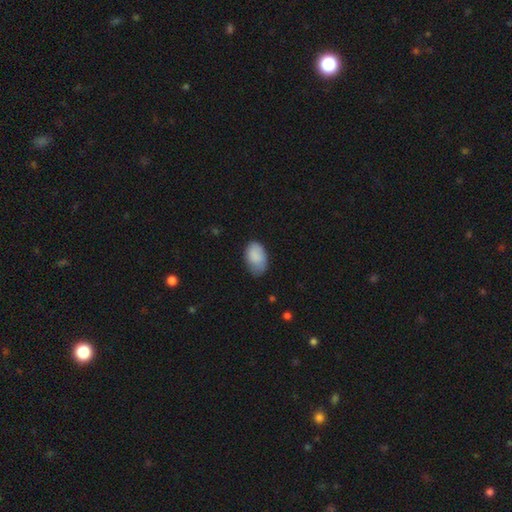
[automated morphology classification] Q: Smooth or featured?
A: smooth (86%); runner-up: featured or disk (7%)
Q: How rounded?
A: in between (92%); runner-up: round (7%)
Q: Merging?
A: none (61%); runner-up: minor disturbance (31%)